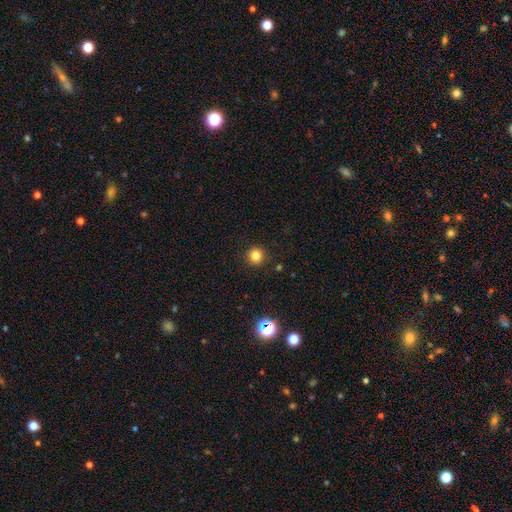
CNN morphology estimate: Q: Smooth or featured?
A: smooth (81%); runner-up: star or artifact (14%)
Q: How rounded?
A: round (94%); runner-up: in between (5%)
Q: Merging?
A: none (91%); runner-up: minor disturbance (5%)